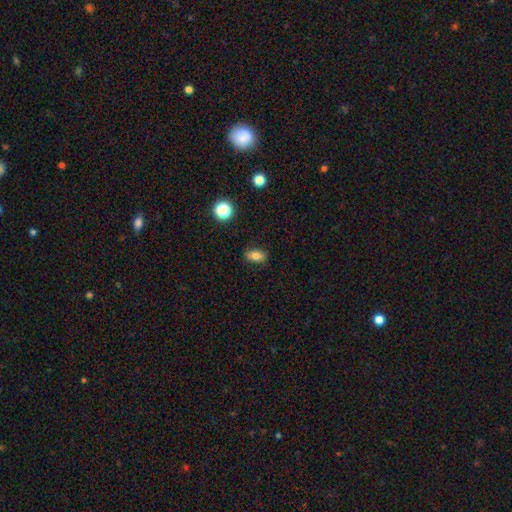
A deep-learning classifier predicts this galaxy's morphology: smooth_or_featured: smooth (p=0.79) [alt: star or artifact p=0.12]
how_rounded: in between (p=0.82) [alt: round p=0.14]
merging: none (p=0.84) [alt: minor disturbance p=0.12]